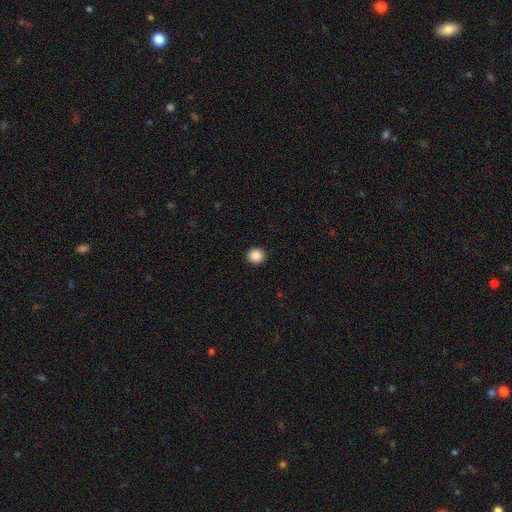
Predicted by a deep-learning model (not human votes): smooth 88%, star or artifact 9%, featured or disk 3%. Down the decision tree: how rounded — round (92%); merging — none (93%).